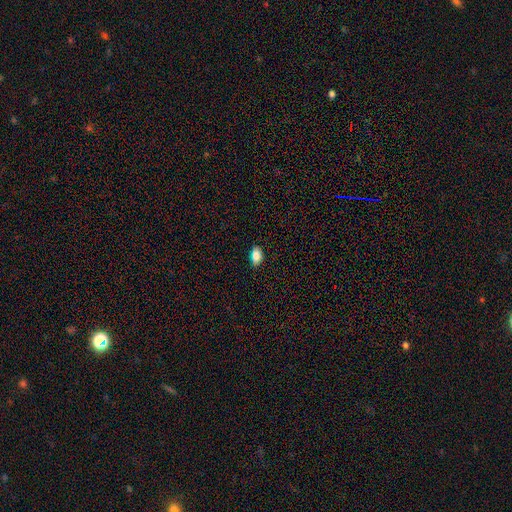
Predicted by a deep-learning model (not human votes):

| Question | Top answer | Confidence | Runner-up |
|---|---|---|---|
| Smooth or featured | smooth | 83% | star or artifact (9%) |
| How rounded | in between | 90% | round (6%) |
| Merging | none | 81% | minor disturbance (15%) |